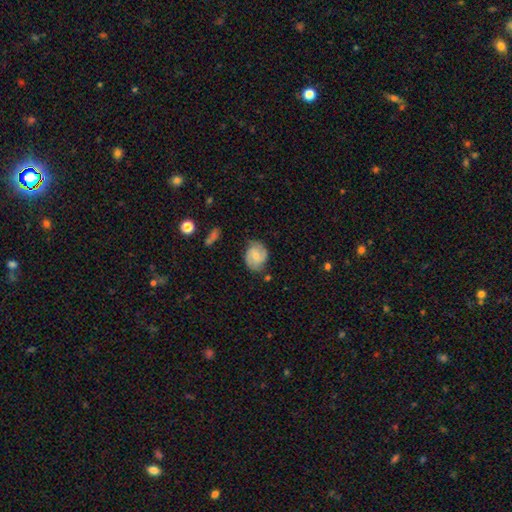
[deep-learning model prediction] featured or disk 62%, smooth 31%, star or artifact 6%. Down the decision tree: edge-on disk — no (97%); bar — no (46%); spiral arms — yes (92%); spiral arm count — 2 (83%); spiral winding — medium (46%); bulge size — small (53%); merging — none (72%).